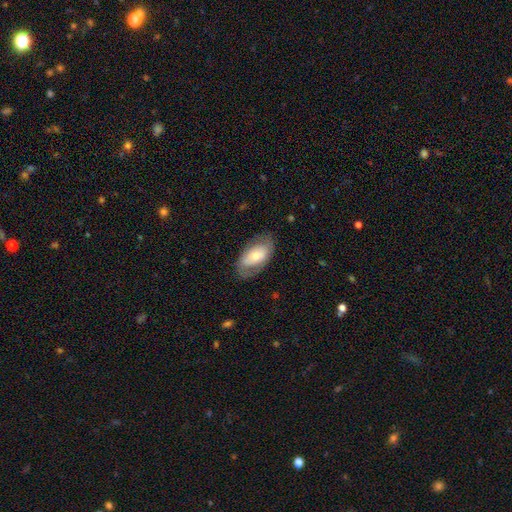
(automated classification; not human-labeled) This appears to be a smooth galaxy with no disk features (55%) that is in between round and cigar-shaped (93%). Merging: none (72%).